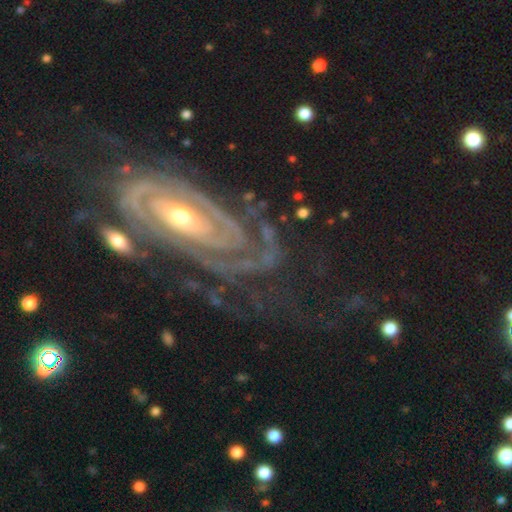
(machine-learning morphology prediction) Smooth or featured? featured or disk (90%)
Edge-on disk? no (94%)
Bar? no (47%)
Spiral arms? yes (97%)
Spiral winding? tight (75%)
Spiral arm count? 2 (31%)
Bulge size? small (48%)
Merging? none (61%)